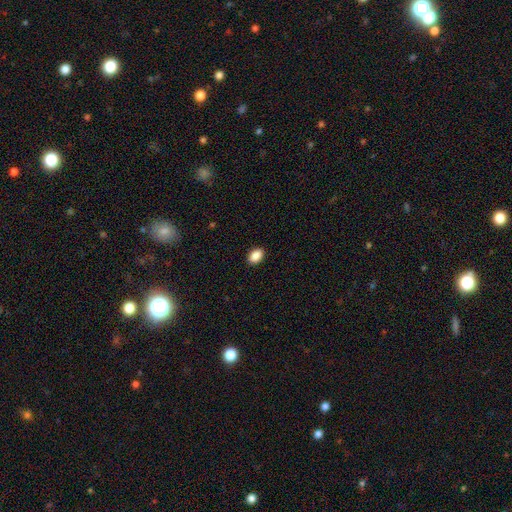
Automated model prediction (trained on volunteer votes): Smooth or featured? smooth (89%)
How rounded? in between (86%)
Merging? none (90%)